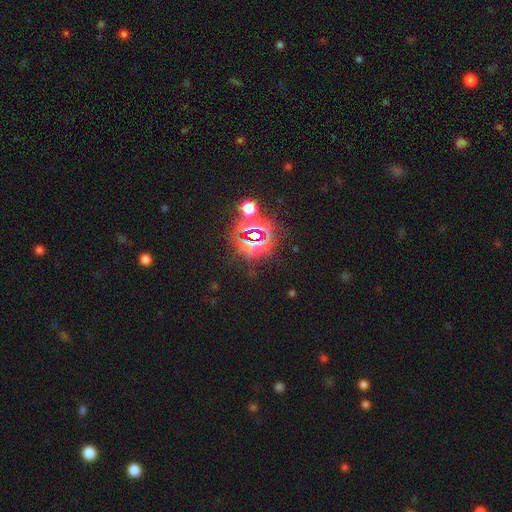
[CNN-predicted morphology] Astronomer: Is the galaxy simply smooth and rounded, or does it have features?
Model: star or artifact — 81%.